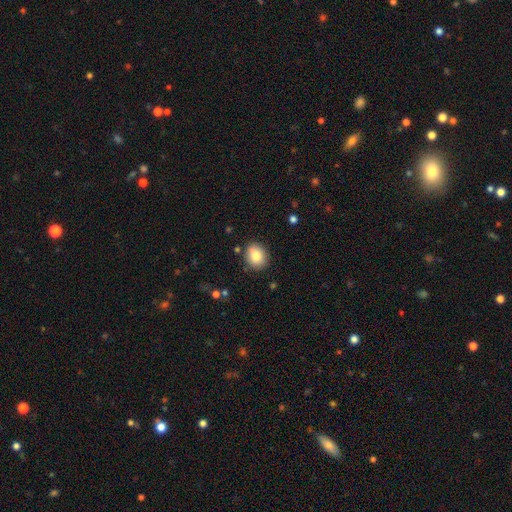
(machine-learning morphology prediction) The model was most divided on "how rounded": round: 59%, in between: 40%, cigar-shaped: 1%. More confident: merging — none (84%); smooth or featured — smooth (83%).